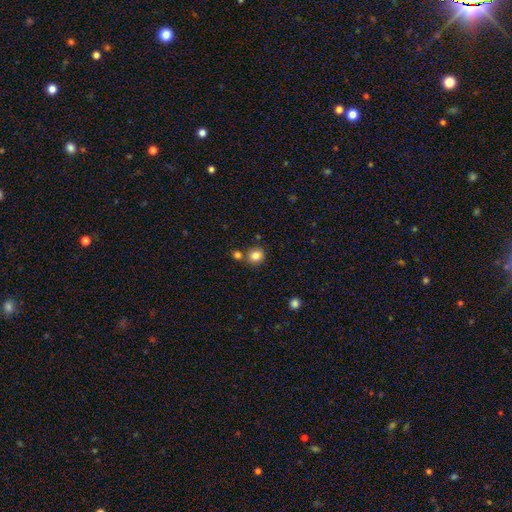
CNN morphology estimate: smooth 83%, star or artifact 11%, featured or disk 6%. Down the decision tree: how rounded — round (87%); merging — none (74%).